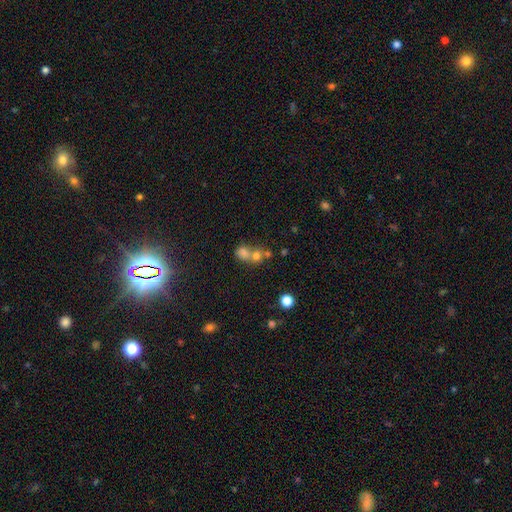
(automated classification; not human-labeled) Smooth or featured: smooth — 71% (star or artifact — 15%)
How rounded: round — 70% (in between — 29%)
Merging: merger — 62% (none — 28%)